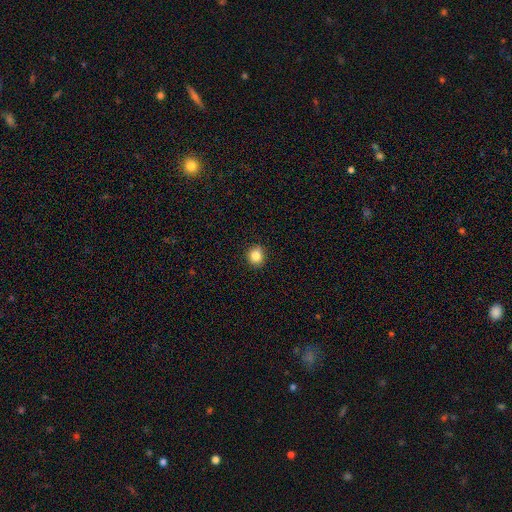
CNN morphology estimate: Smooth or featured: smooth — 85% (star or artifact — 10%)
How rounded: round — 85% (in between — 14%)
Merging: none — 90% (minor disturbance — 7%)